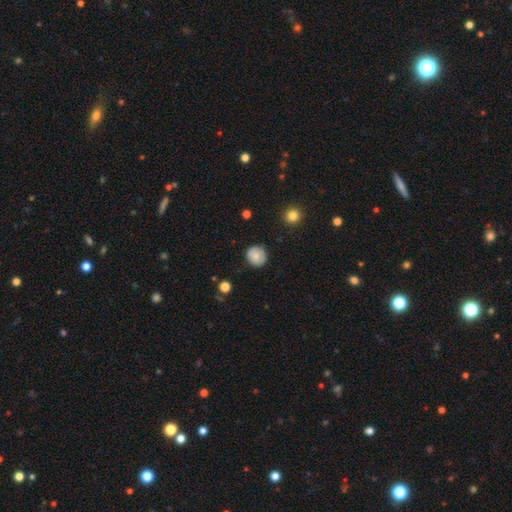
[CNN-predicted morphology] A smooth galaxy with no disk features (74%) that is round (92%).

Vote fractions:
- Smooth or featured? smooth: 74% / featured or disk: 18% / star or artifact: 8%
- How rounded? round: 92% / in between: 7% / cigar-shaped: 1%
- Merging? none: 86% / minor disturbance: 11% / major disturbance: 2% / merger: 1%